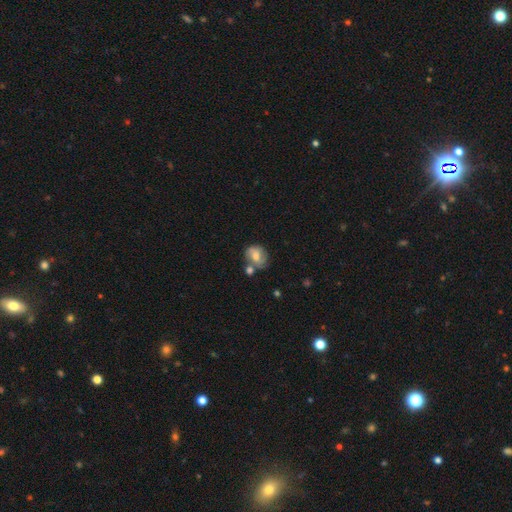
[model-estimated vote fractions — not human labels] Smooth or featured: featured or disk — 48% (smooth — 44%)
Merging: none — 48% (merger — 24%)